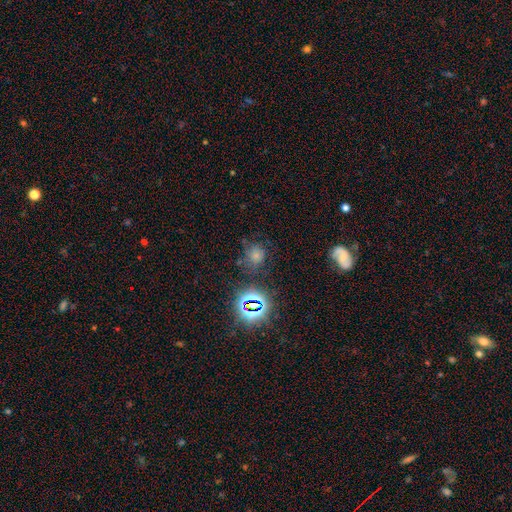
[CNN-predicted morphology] smooth-or-featured: smooth: 57% | star or artifact: 32% | featured or disk: 11%
  how-rounded: round: 79% | in between: 20% | cigar-shaped: 1%
  merging: none: 65% | minor disturbance: 19% | major disturbance: 9% | merger: 6%